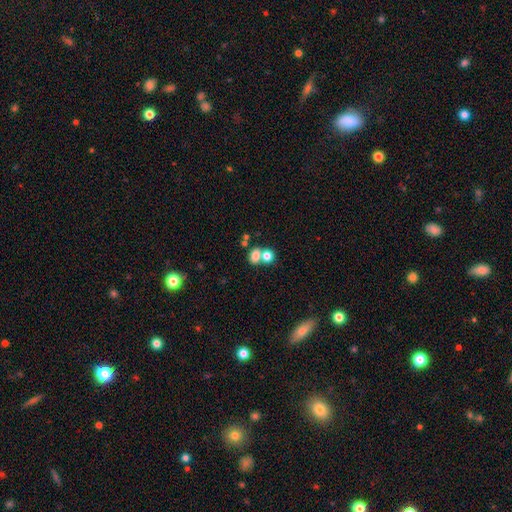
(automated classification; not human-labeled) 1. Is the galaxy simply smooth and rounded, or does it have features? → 77% smooth, 12% star or artifact, 11% featured or disk.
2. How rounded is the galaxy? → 53% in between, 46% round, 1% cigar-shaped.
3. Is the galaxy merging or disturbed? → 51% merger, 36% none, 8% minor disturbance, 4% major disturbance.